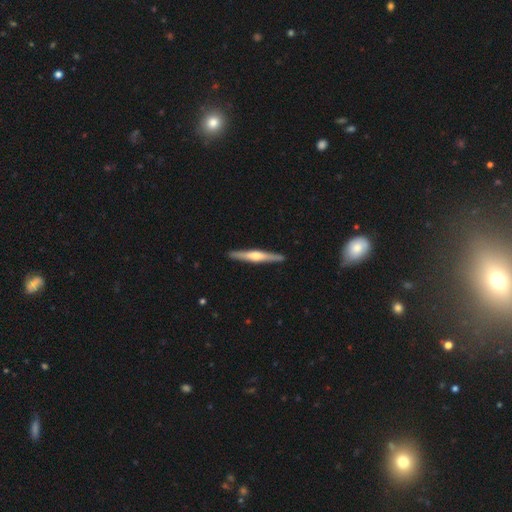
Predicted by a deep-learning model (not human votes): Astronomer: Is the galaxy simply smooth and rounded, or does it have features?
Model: featured or disk — 69%.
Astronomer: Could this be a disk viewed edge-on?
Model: yes — 97%.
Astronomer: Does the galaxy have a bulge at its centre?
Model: rounded — 87%.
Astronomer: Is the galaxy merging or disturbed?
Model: none — 92%.